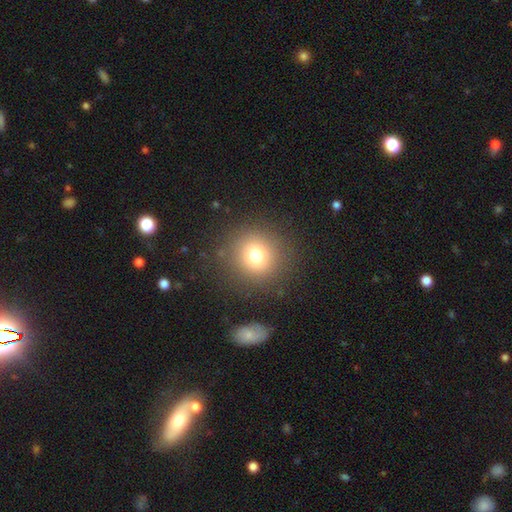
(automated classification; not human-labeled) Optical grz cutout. It shows a smooth galaxy with no disk features (75%) that is round (91%). Merging: none (86%).